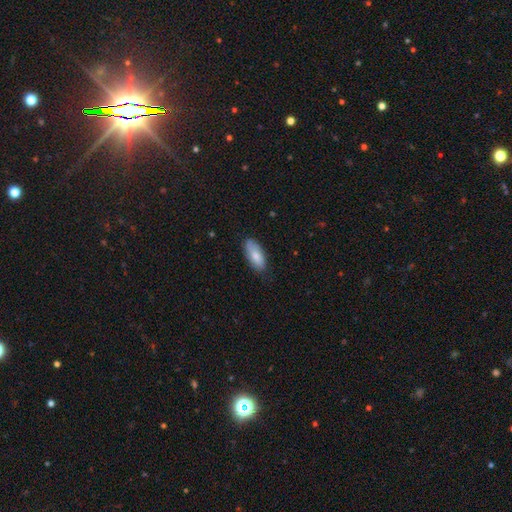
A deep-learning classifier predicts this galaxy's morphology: Smooth or featured? Predicted: smooth (p=0.80). How rounded? Predicted: in between (p=0.81). Merging? Predicted: none (p=0.78).